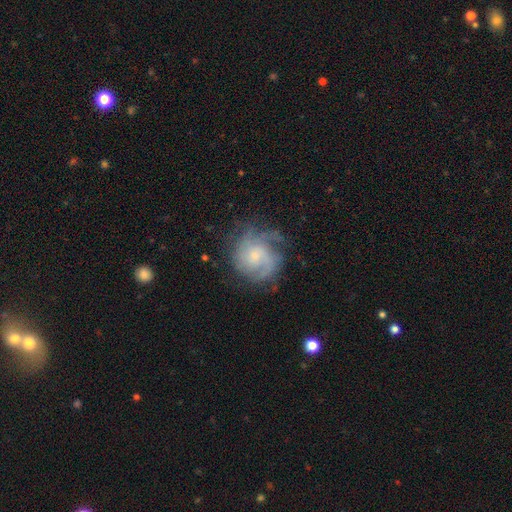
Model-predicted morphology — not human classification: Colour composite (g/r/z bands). It shows a featured or disk galaxy (78%) with no bar (73%), tight (49%) spiral arms (93%) and a small central bulge (71%). Merging: none (62%).